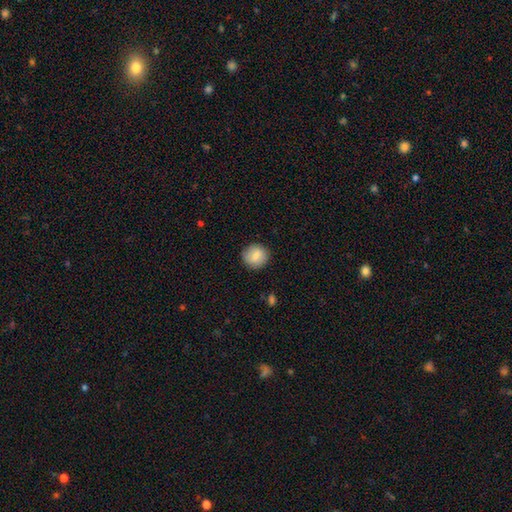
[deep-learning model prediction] Smooth or featured?
  - smooth: 83% *
  - featured or disk: 10%
  - star or artifact: 8%
How rounded?
  - round: 90% *
  - in between: 9%
  - cigar-shaped: 1%
Merging?
  - none: 88% *
  - minor disturbance: 8%
  - major disturbance: 2%
  - merger: 1%